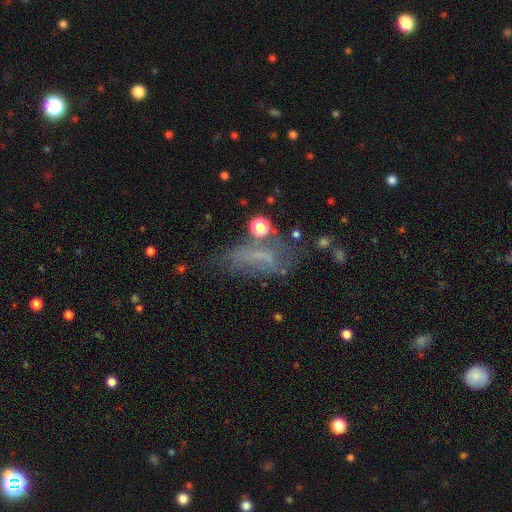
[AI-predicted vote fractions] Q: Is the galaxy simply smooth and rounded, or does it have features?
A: smooth — 40%.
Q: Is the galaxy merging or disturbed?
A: none — 40%.